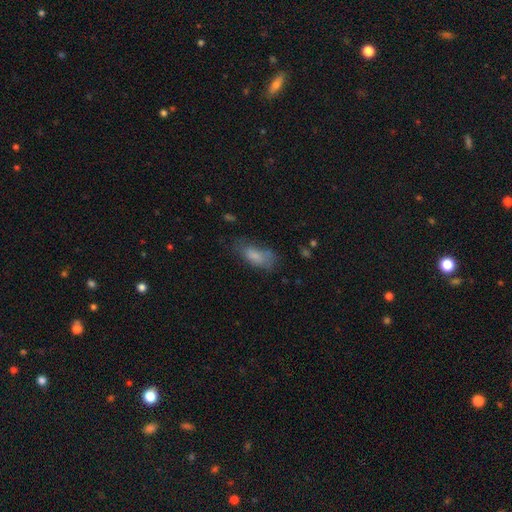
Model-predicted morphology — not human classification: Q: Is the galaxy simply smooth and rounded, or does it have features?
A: smooth — 74%.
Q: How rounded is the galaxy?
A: in between — 84%.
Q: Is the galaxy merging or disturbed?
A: none — 45%.